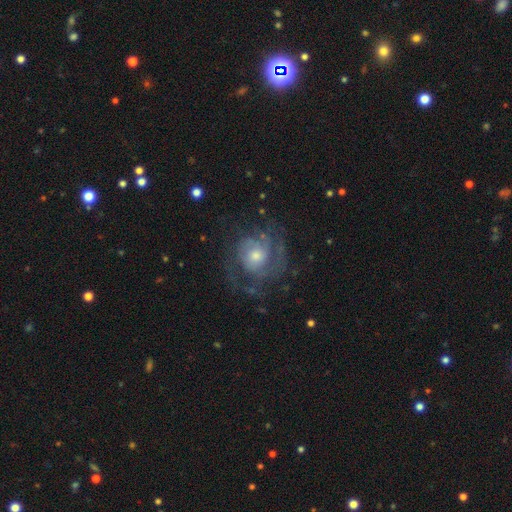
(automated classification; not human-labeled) Smooth or featured? featured or disk (79%)
Edge-on disk? no (98%)
Bar? no (75%)
Spiral arms? yes (91%)
Spiral winding? tight (50%)
Spiral arm count? 2 (36%)
Bulge size? moderate (52%)
Merging? none (67%)